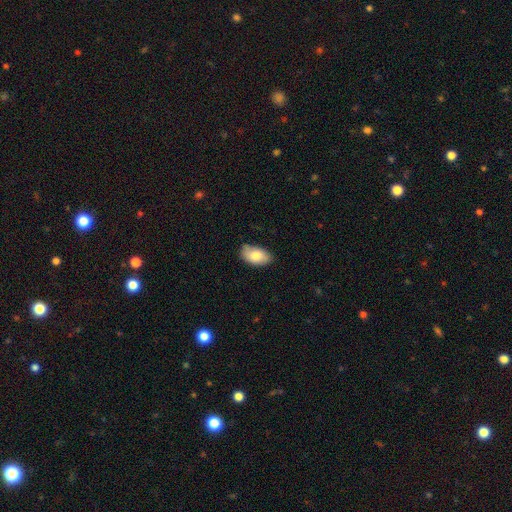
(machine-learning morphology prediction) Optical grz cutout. It shows a smooth galaxy with no disk features (80%) that is in between round and cigar-shaped (93%). Merging: none (76%).